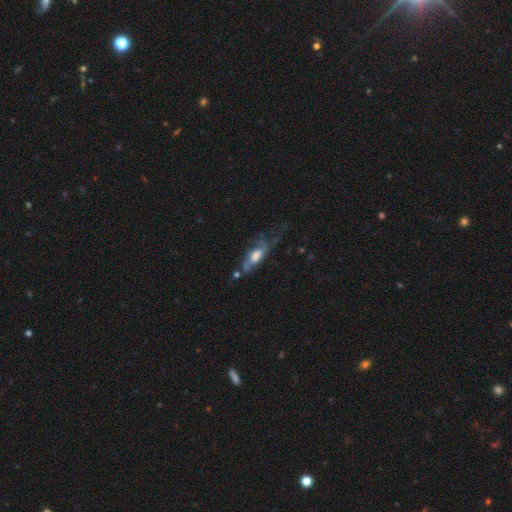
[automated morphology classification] type=featured or disk (67%); edge-on=no (78%); bar=no (58%); spiral arms=yes (83%); bulge=moderate (41%, tied with large); merging=none (42%).